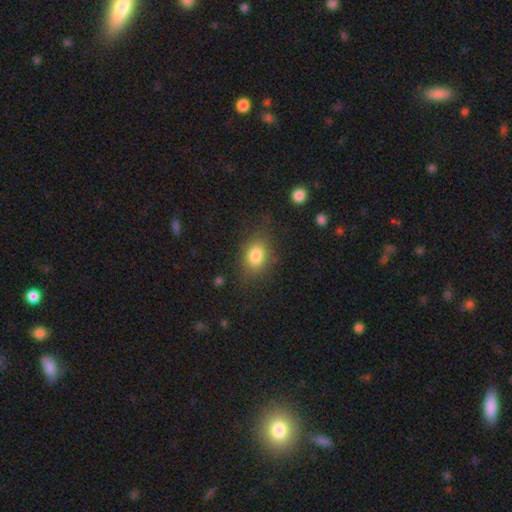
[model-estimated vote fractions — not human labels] Morphology: type=smooth (81%); roundness=in between (73%); merging=none (75%).